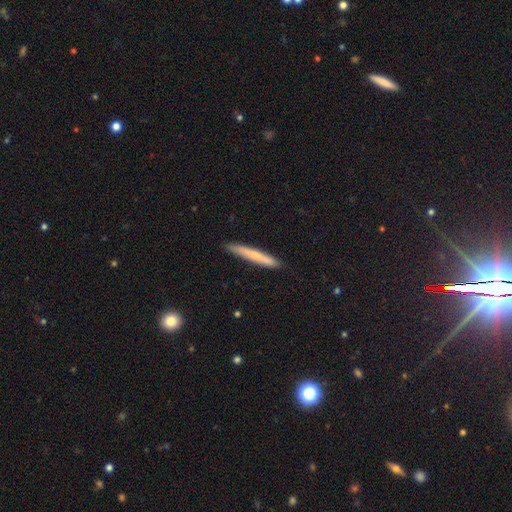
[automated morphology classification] type=smooth (69%); roundness=cigar-shaped (96%); merging=none (89%).